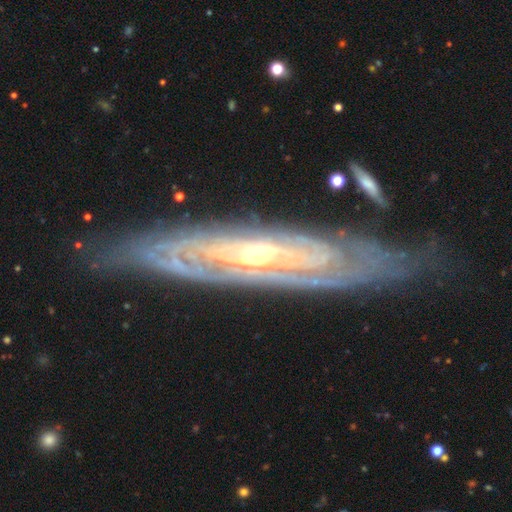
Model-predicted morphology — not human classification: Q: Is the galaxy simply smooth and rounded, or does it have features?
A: featured or disk — 87%.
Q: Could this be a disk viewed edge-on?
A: no — 68%.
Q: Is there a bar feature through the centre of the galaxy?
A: no — 52%.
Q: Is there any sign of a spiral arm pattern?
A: yes — 93%.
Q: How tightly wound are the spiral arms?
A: tight — 75%.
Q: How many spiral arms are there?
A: can't tell — 48%.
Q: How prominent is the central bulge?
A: small — 62%.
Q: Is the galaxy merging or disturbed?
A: none — 80%.